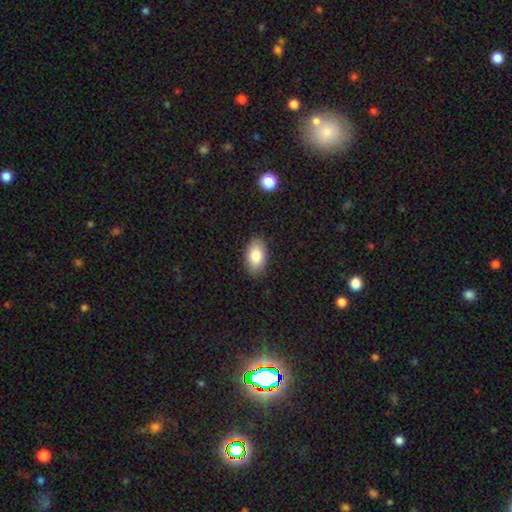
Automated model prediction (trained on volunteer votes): A smooth galaxy with no disk features (82%) that is in between round and cigar-shaped (93%). Merging: none (88%).